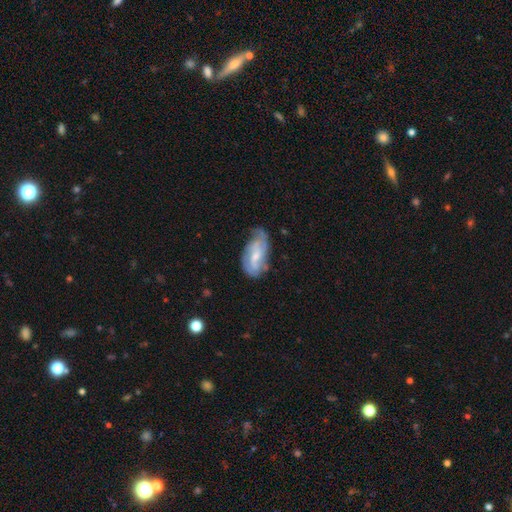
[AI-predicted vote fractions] Overall: featured or disk (67%). Edge-on disk: no (95%). Bar: no (46%; weak 43%). Spiral arms: yes (80%). Spiral arm count: can't tell (37%; 2 33%). Spiral winding: medium (41%; tight 38%). Bulge size: small (45%; moderate 43%). Merging: none (49%; minor disturbance 33%).